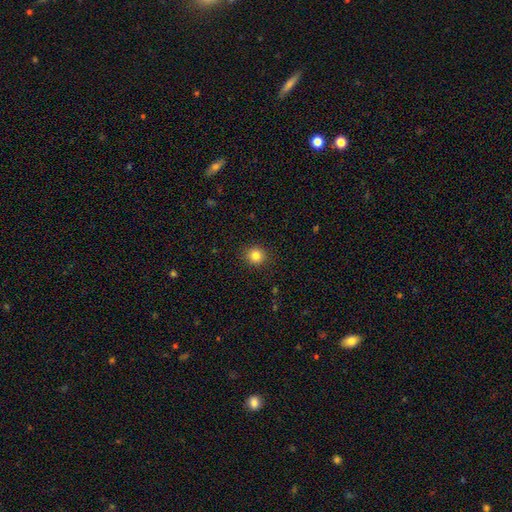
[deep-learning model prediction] Q: Smooth or featured?
A: smooth (82%); runner-up: star or artifact (12%)
Q: How rounded?
A: round (91%); runner-up: in between (8%)
Q: Merging?
A: none (90%); runner-up: minor disturbance (6%)